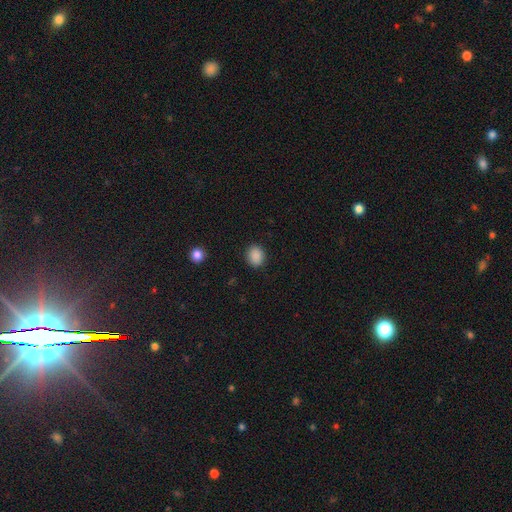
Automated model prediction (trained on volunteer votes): Smooth or featured?
  - smooth: 88% *
  - star or artifact: 9%
  - featured or disk: 2%
How rounded?
  - round: 63% *
  - in between: 36%
  - cigar-shaped: 1%
Merging?
  - none: 89% *
  - minor disturbance: 8%
  - major disturbance: 3%
  - merger: 1%